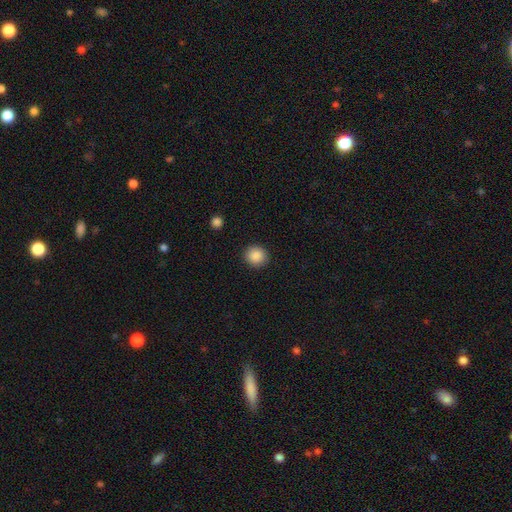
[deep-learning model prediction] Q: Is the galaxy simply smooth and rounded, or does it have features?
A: smooth — 88%.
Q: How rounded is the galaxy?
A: round — 91%.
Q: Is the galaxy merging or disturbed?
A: none — 91%.